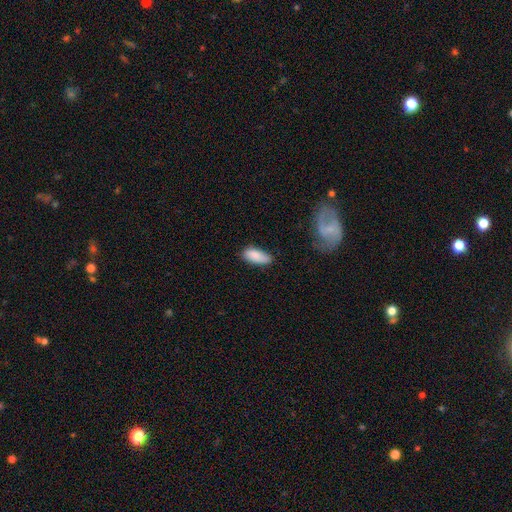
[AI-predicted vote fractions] This is clearly a smooth galaxy (86%). How rounded: clearly in between (85%). Merging: likely none (68%).